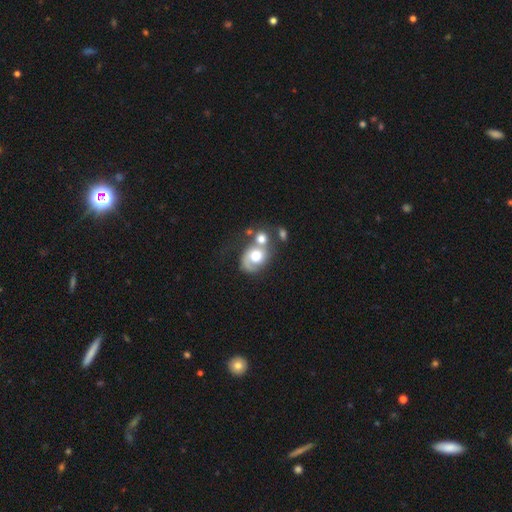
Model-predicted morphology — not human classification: A featured or disk galaxy (48%). Merging: merger (45%).